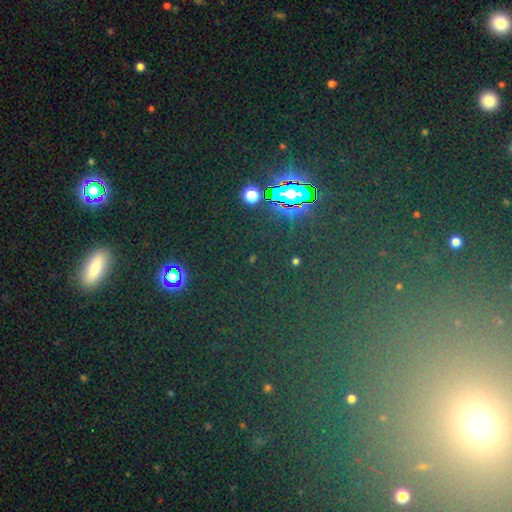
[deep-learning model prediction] Smooth or featured? Predicted: star or artifact (p=0.60).